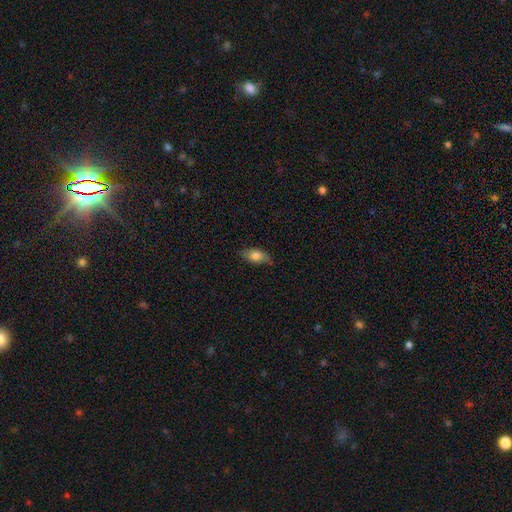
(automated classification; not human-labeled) smooth 78%, featured or disk 15%, star or artifact 7%. Down the decision tree: how rounded — in between (87%); merging — none (72%).